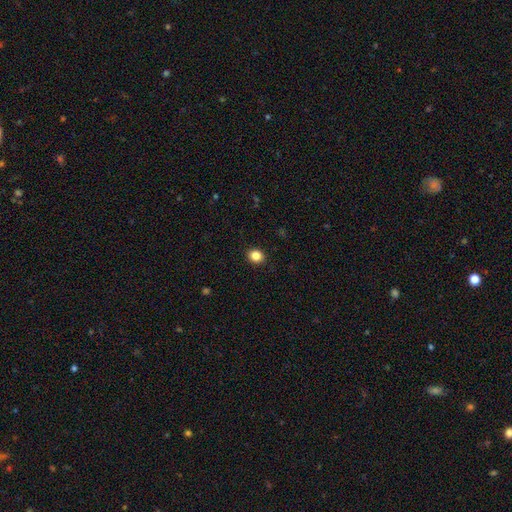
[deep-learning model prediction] Smooth or featured: smooth — 85% (star or artifact — 11%)
How rounded: round — 70% (in between — 30%)
Merging: none — 92% (minor disturbance — 6%)